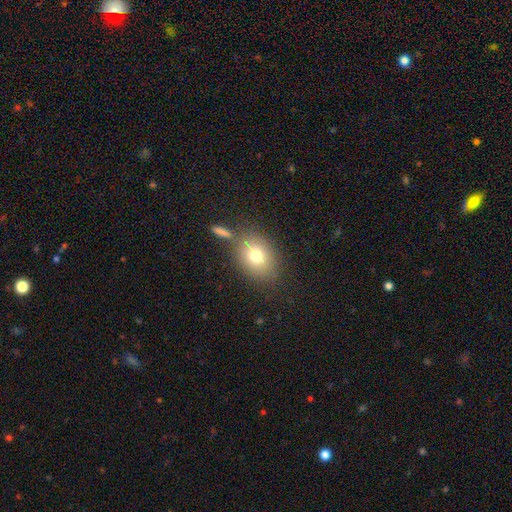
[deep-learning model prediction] smooth-or-featured: smooth: 75% | featured or disk: 14% | star or artifact: 11%
  how-rounded: in between: 61% | round: 38% | cigar-shaped: 1%
  merging: none: 72% | minor disturbance: 13% | merger: 11% | major disturbance: 5%